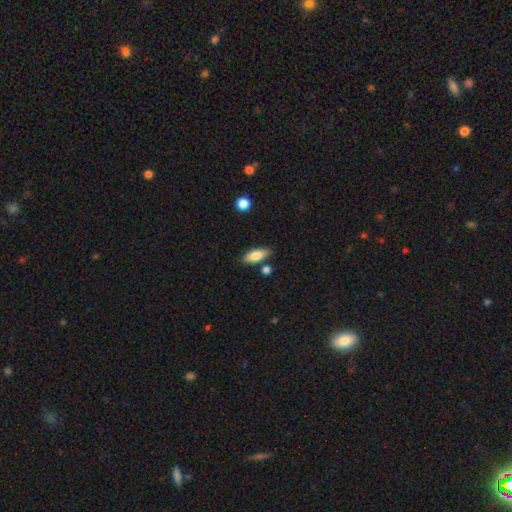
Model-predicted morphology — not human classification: This is clearly a smooth galaxy (81%). How rounded: likely in between (77%). Merging: likely none (79%).